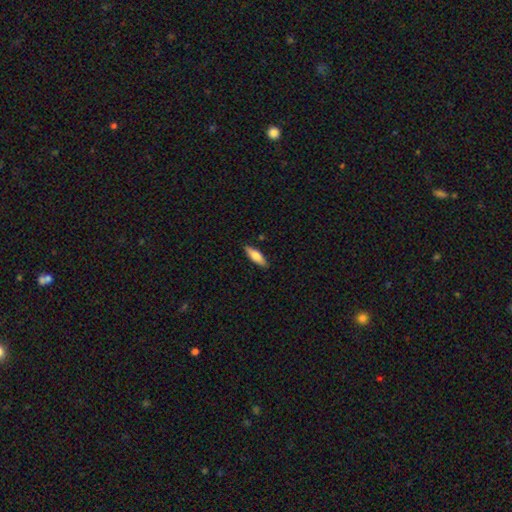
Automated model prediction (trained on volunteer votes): This appears to be a smooth galaxy with no disk features (75%) that is cigar-shaped (50%). Merging: none (87%).